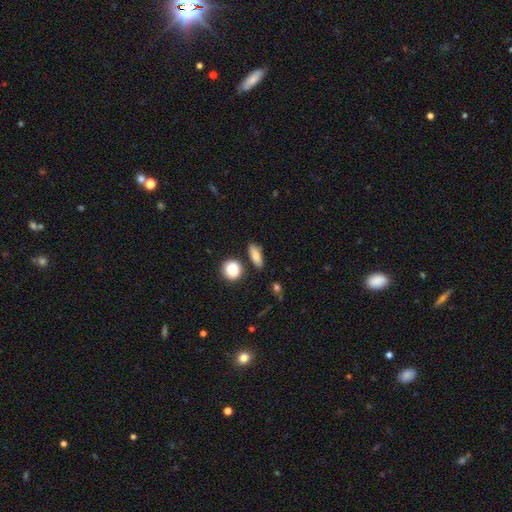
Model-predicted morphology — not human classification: The model was most divided on "how rounded": in between: 60%, cigar-shaped: 26%, round: 15%. More confident: merging — none (79%); smooth or featured — smooth (79%).